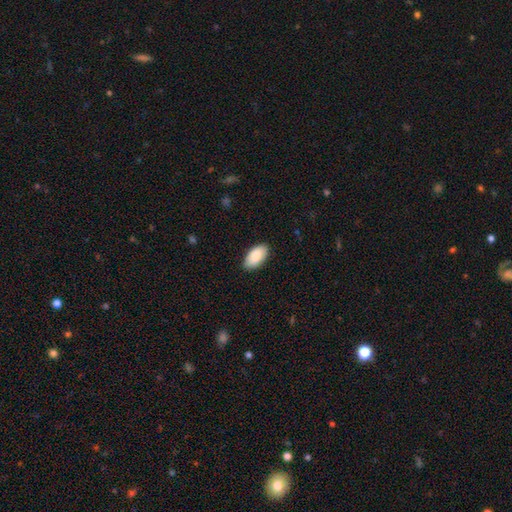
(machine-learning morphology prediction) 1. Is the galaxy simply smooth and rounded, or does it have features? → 86% smooth, 8% featured or disk, 6% star or artifact.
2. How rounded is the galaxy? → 95% in between, 2% round, 2% cigar-shaped.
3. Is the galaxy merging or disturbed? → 87% none, 10% minor disturbance, 2% major disturbance, 1% merger.